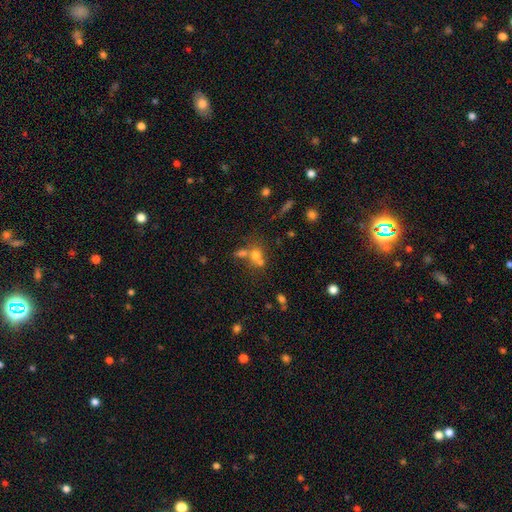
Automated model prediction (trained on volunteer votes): Smooth or featured: smooth — 65% (featured or disk — 18%)
How rounded: round — 66% (in between — 32%)
Merging: merger — 49% (none — 36%)